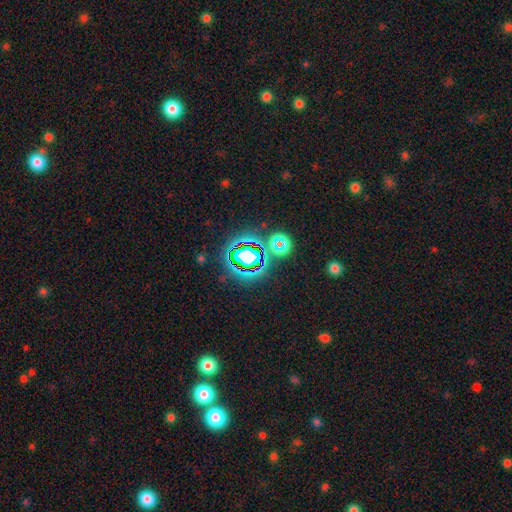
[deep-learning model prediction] Overall: star or artifact (78%).